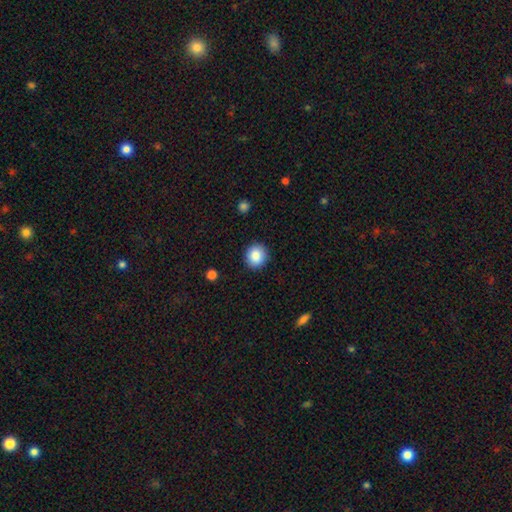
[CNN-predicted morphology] Q: Smooth or featured?
A: smooth (87%); runner-up: star or artifact (8%)
Q: How rounded?
A: round (84%); runner-up: in between (15%)
Q: Merging?
A: none (90%); runner-up: minor disturbance (7%)